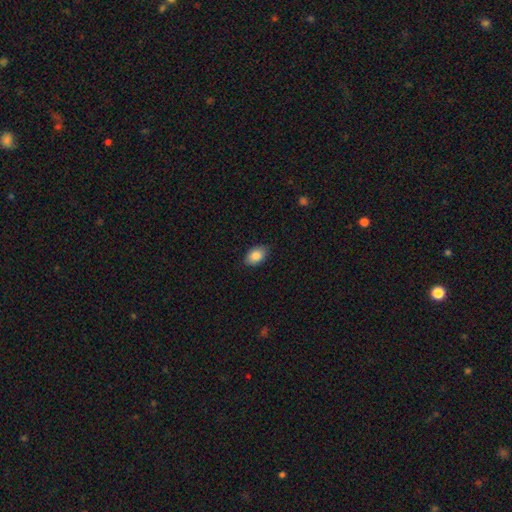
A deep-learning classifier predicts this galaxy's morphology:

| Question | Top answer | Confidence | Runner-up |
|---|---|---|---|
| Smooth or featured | smooth | 87% | star or artifact (7%) |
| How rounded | in between | 88% | round (10%) |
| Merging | none | 85% | minor disturbance (12%) |